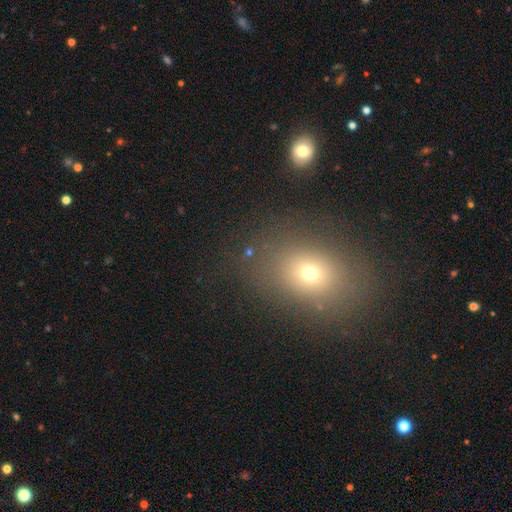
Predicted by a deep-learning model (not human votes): This appears to be a smooth galaxy with no disk features (64%) that is in between round and cigar-shaped (56%). Merging: none (80%).